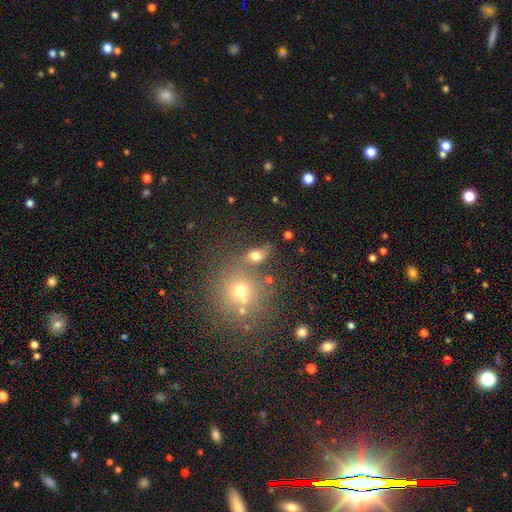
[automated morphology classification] A smooth galaxy with no disk features (69%) that is in between round and cigar-shaped (70%).

Vote fractions:
- Smooth or featured? smooth: 69% / star or artifact: 16% / featured or disk: 15%
- How rounded? in between: 70% / round: 24% / cigar-shaped: 5%
- Merging? none: 64% / merger: 15% / minor disturbance: 14% / major disturbance: 7%